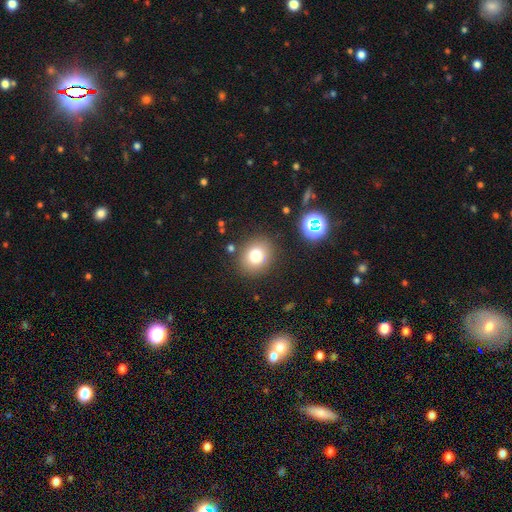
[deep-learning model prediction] Smooth or featured: smooth — 75% (star or artifact — 15%)
How rounded: round — 71% (in between — 28%)
Merging: none — 85% (minor disturbance — 9%)